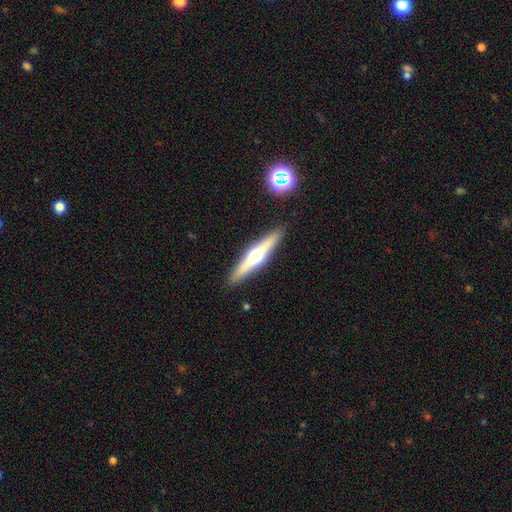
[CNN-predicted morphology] smooth_or_featured: featured or disk (p=0.67) [alt: smooth p=0.27]
disk_edge_on: yes (p=0.97) [alt: no p=0.03]
edge_on_bulge: rounded (p=0.95) [alt: none p=0.03]
merging: none (p=0.91) [alt: minor disturbance p=0.06]